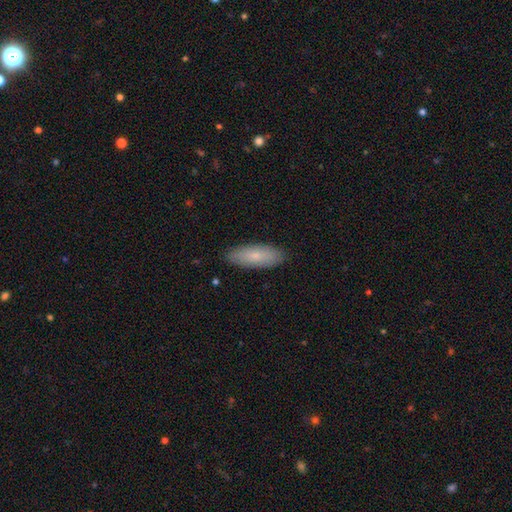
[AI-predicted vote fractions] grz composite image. It shows a smooth galaxy with no disk features (76%) that is in between round and cigar-shaped (64%). Merging: none (88%).